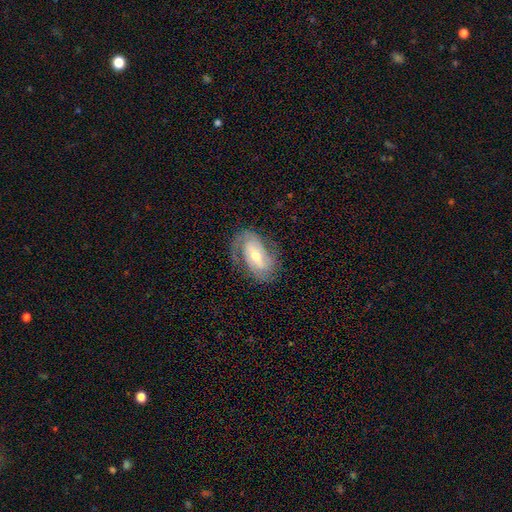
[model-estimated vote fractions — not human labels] Morphology: type=featured or disk (75%); edge-on=no (94%); bar=weak (41%); spiral arms=yes (89%); winding=tight (43%); arm count=2 (64%); bulge=moderate (63%); merging=none (68%).